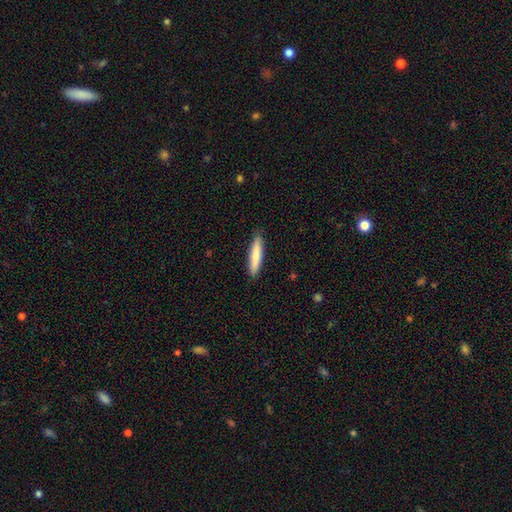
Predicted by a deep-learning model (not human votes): Smooth or featured? smooth (78%)
How rounded? cigar-shaped (87%)
Merging? none (89%)